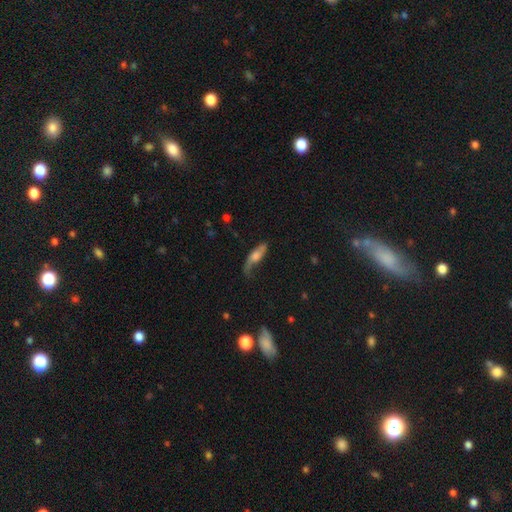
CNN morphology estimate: Q: Smooth or featured?
A: featured or disk (51%); runner-up: smooth (42%)
Q: Edge-on disk?
A: no (61%); runner-up: yes (39%)
Q: Merging?
A: none (48%); runner-up: minor disturbance (30%)